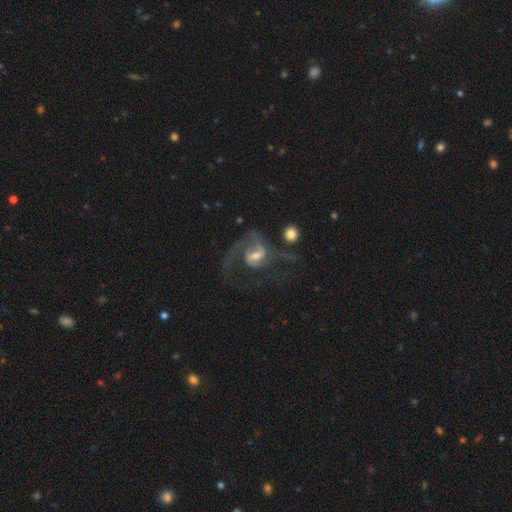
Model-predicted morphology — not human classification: The model was most divided on "bulge size": moderate: 47%, small: 41%, large: 6%, none: 4%, dominant: 1%. Remaining: edge-on disk — no (98%); spiral arms — yes (92%); smooth or featured — featured or disk (83%); spiral arm count — 2 (51%); bar — weak (51%); spiral winding — medium (46%); merging — major disturbance (43%).